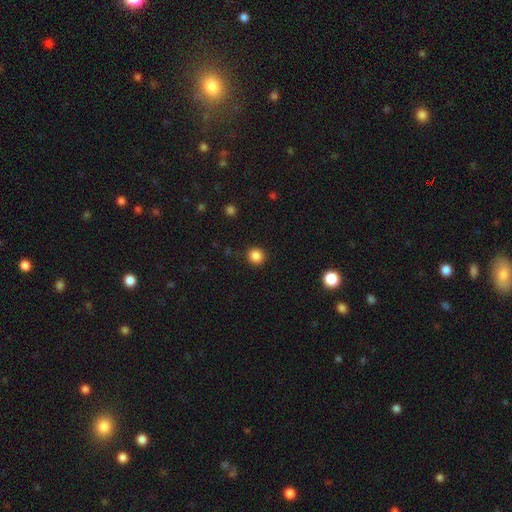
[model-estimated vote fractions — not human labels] smooth-or-featured: smooth: 86% | star or artifact: 11% | featured or disk: 3%
  how-rounded: round: 91% | in between: 8% | cigar-shaped: 1%
  merging: none: 90% | minor disturbance: 6% | major disturbance: 2% | merger: 1%